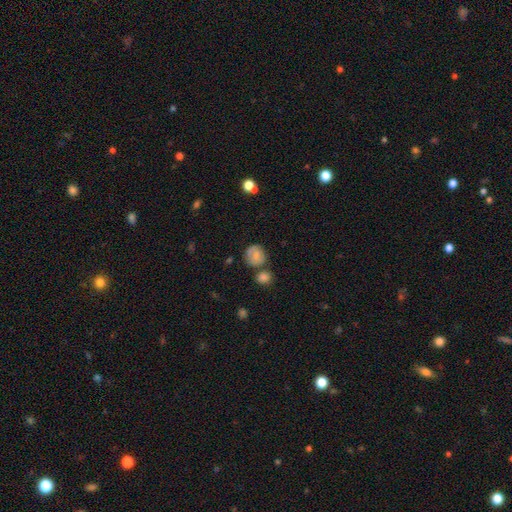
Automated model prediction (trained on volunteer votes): This appears to be a smooth galaxy with no disk features (72%) that is round (80%). Merging: none (62%).